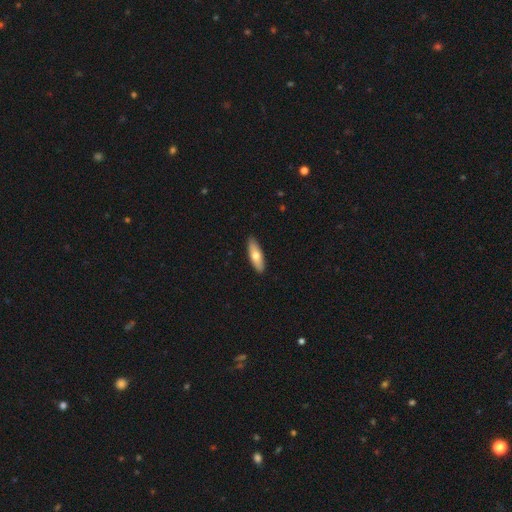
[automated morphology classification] This is likely a smooth galaxy (68%). How rounded: possibly in between (56%). Merging: clearly none (90%).